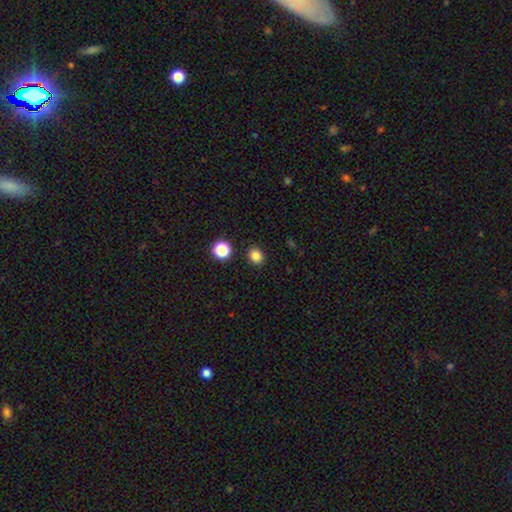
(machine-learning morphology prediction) Overall: smooth (83%). How rounded: round (73%). Merging: none (89%).